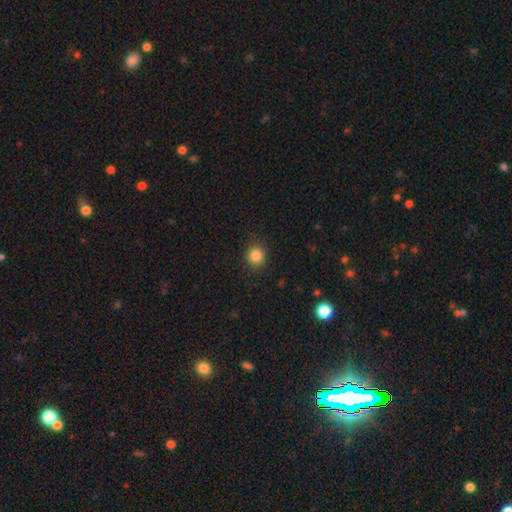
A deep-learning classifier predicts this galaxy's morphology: smooth 85%, star or artifact 11%, featured or disk 4%. Down the decision tree: how rounded — round (90%); merging — none (90%).